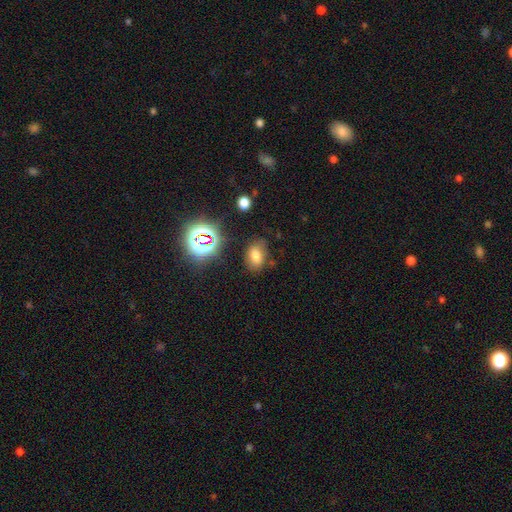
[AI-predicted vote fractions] Smooth or featured?
  - smooth: 69% *
  - star or artifact: 20%
  - featured or disk: 11%
How rounded?
  - in between: 80% *
  - round: 19%
  - cigar-shaped: 1%
Merging?
  - none: 75% *
  - minor disturbance: 17%
  - major disturbance: 5%
  - merger: 3%